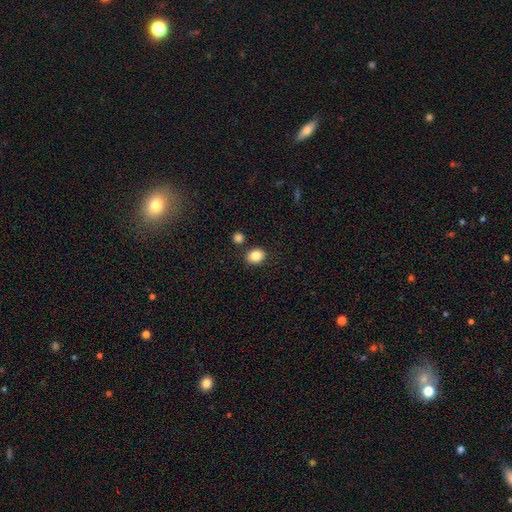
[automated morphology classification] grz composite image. It shows a smooth galaxy with no disk features (85%) that is round (60%). Merging: none (82%).